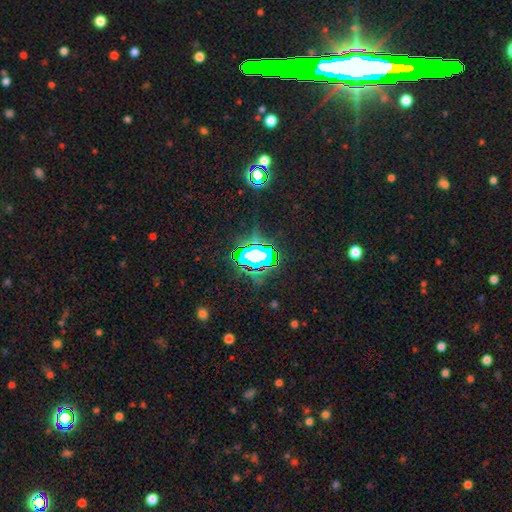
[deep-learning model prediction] This is likely a star or artifact rather than a galaxy (67%).